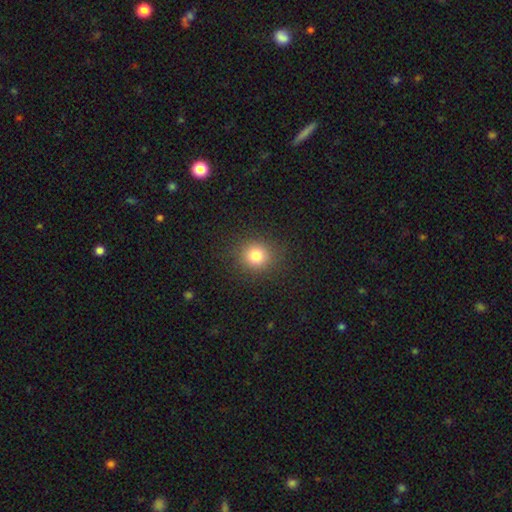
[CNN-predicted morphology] smooth_or_featured: smooth (p=0.80) [alt: star or artifact p=0.13]
how_rounded: round (p=0.87) [alt: in between p=0.12]
merging: none (p=0.89) [alt: minor disturbance p=0.07]